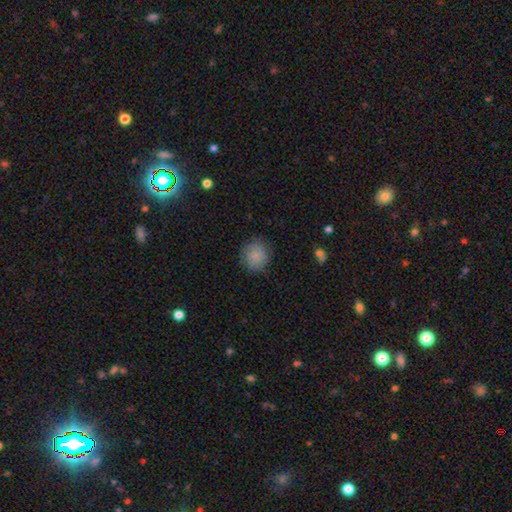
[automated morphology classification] smooth 86%, star or artifact 8%, featured or disk 6%. Down the decision tree: how rounded — round (87%); merging — none (85%).